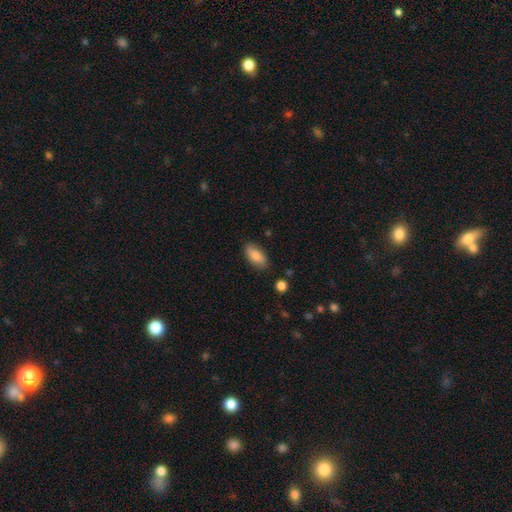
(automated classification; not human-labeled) A smooth galaxy with no disk features (84%) that is in between round and cigar-shaped (89%). Merging: none (84%).